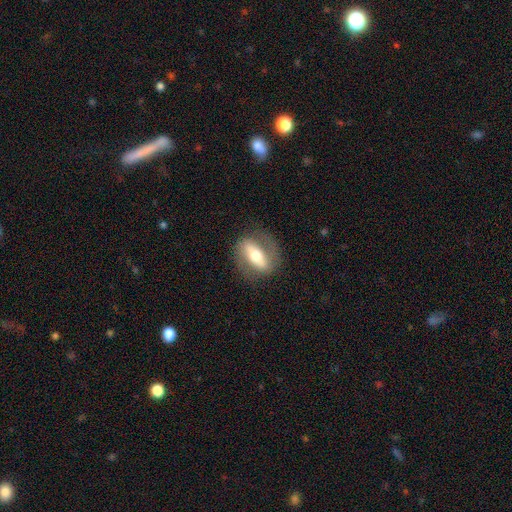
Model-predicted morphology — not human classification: A featured or disk galaxy (62%).

Vote fractions:
- Smooth or featured? featured or disk: 62% / smooth: 32% / star or artifact: 6%
- Edge-on disk? no: 72% / yes: 28%
- Merging? none: 78% / minor disturbance: 14% / major disturbance: 8% / merger: 1%